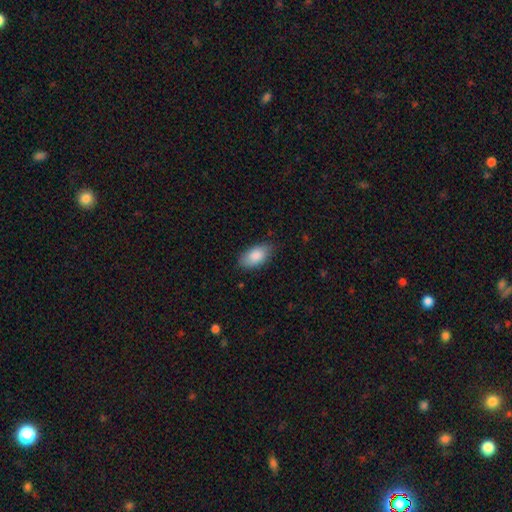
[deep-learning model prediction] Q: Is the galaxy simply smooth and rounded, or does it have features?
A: smooth — 86%.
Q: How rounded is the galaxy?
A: in between — 94%.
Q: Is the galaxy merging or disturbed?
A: none — 81%.